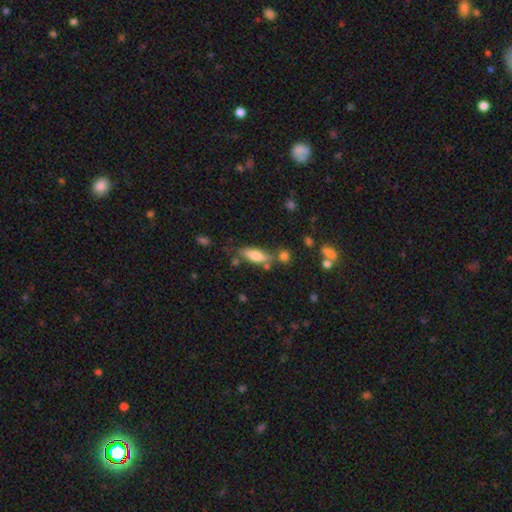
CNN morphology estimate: smooth_or_featured: smooth (p=0.73) [alt: featured or disk p=0.19]
how_rounded: in between (p=0.56) [alt: cigar-shaped p=0.41]
merging: none (p=0.64) [alt: minor disturbance p=0.18]